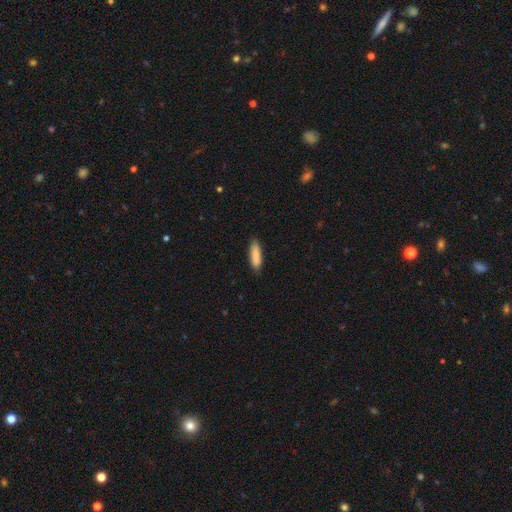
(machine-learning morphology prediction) This is clearly a smooth galaxy (86%). How rounded: likely cigar-shaped (61%). Merging: clearly none (86%).